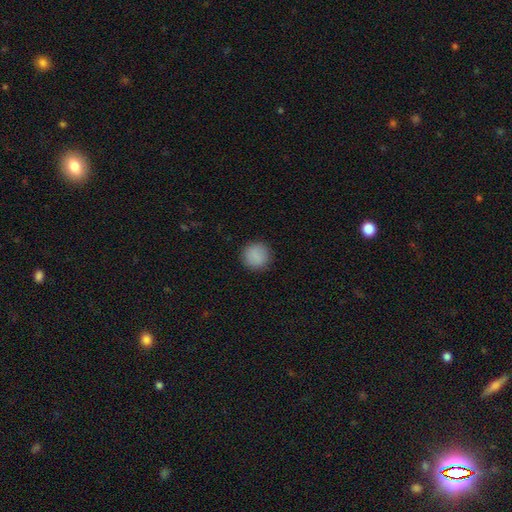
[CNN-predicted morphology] Smooth or featured? smooth (88%)
How rounded? round (94%)
Merging? none (91%)